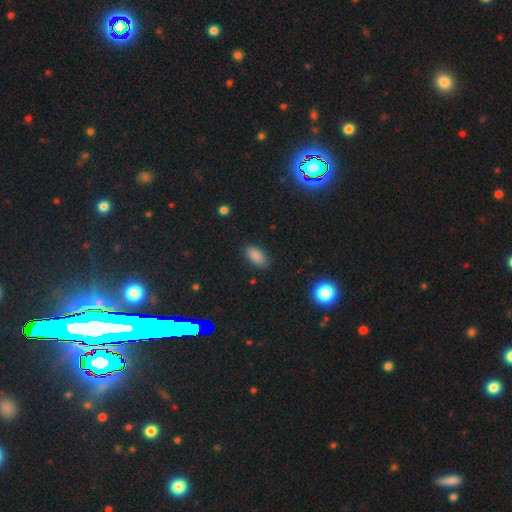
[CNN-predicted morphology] A smooth galaxy with no disk features (85%) that is in between round and cigar-shaped (90%).

Vote fractions:
- Smooth or featured? smooth: 85% / star or artifact: 10% / featured or disk: 5%
- How rounded? in between: 90% / cigar-shaped: 7% / round: 3%
- Merging? none: 86% / minor disturbance: 10% / major disturbance: 2% / merger: 1%